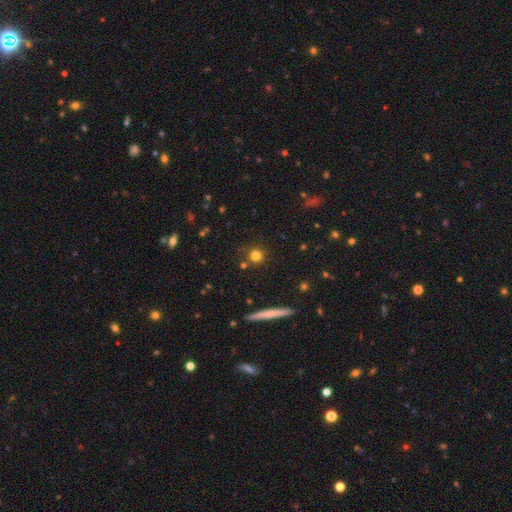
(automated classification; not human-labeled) A smooth galaxy with no disk features (77%) that is round (92%).

Vote fractions:
- Smooth or featured? smooth: 77% / star or artifact: 14% / featured or disk: 10%
- How rounded? round: 92% / in between: 6% / cigar-shaped: 2%
- Merging? none: 87% / minor disturbance: 7% / merger: 4% / major disturbance: 2%